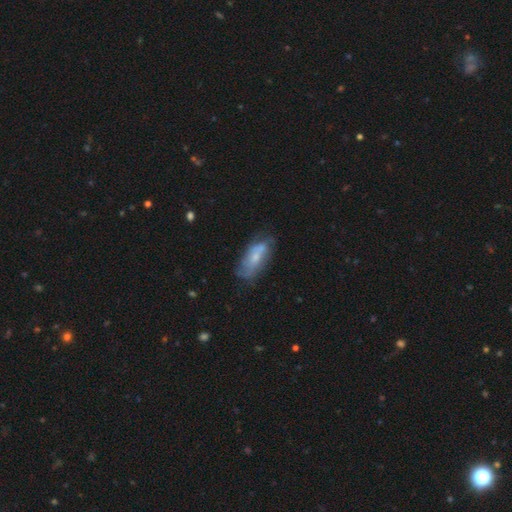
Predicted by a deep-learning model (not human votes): This appears to be a featured or disk galaxy (51%). Merging: none (54%).